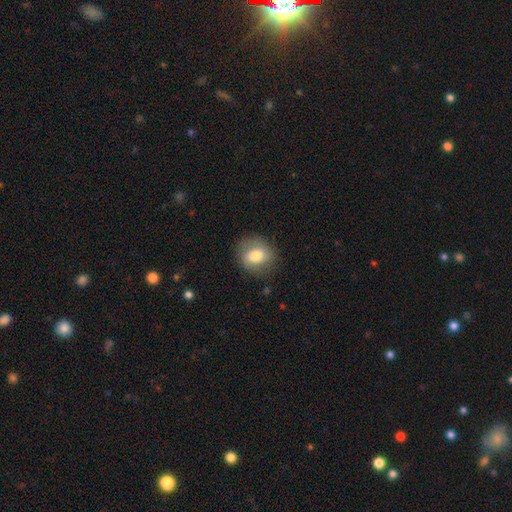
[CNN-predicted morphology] Smooth or featured? smooth (70%)
How rounded? round (70%)
Merging? none (78%)